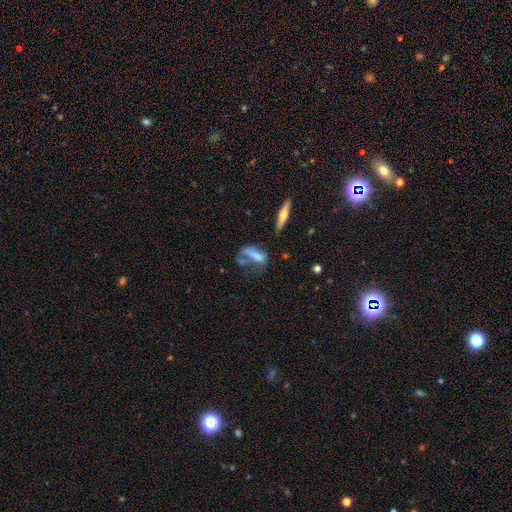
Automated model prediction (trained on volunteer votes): smooth_or_featured: smooth (p=0.56) [alt: featured or disk p=0.32]
how_rounded: in between (p=0.58) [alt: cigar-shaped p=0.37]
merging: major disturbance (p=0.35) [alt: none p=0.28]